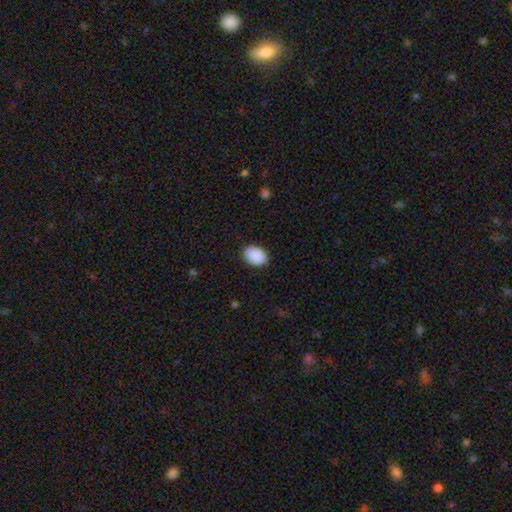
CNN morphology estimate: smooth_or_featured: smooth (p=0.91) [alt: star or artifact p=0.07]
how_rounded: in between (p=0.78) [alt: round p=0.21]
merging: none (p=0.88) [alt: minor disturbance p=0.09]